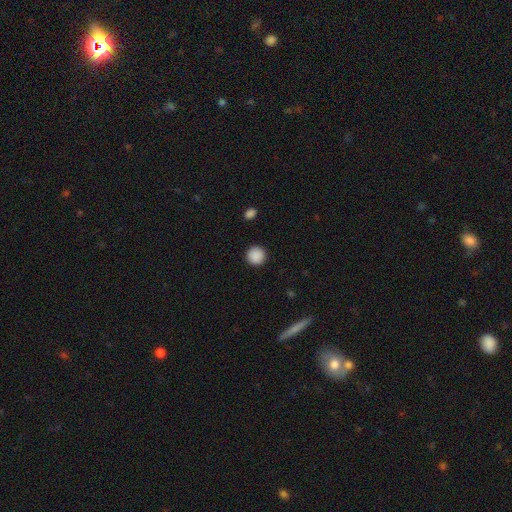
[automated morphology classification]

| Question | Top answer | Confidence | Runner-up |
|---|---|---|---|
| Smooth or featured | smooth | 89% | star or artifact (9%) |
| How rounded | round | 95% | in between (4%) |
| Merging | none | 92% | minor disturbance (5%) |